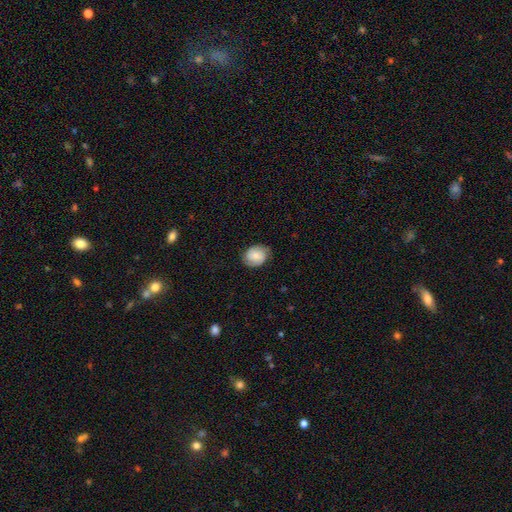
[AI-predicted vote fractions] Smooth or featured? smooth (53%)
How rounded? in between (52%)
Merging? none (76%)